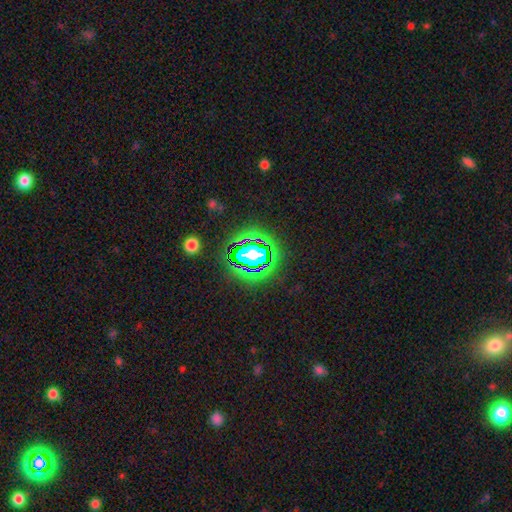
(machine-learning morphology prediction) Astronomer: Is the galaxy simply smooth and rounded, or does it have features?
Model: star or artifact — 68%.